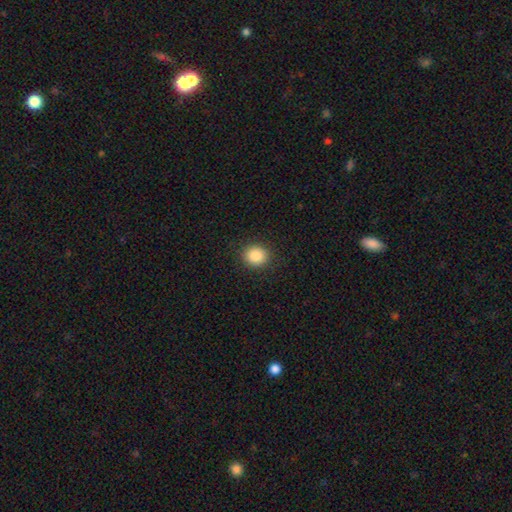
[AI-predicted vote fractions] Smooth or featured? smooth (86%)
How rounded? round (84%)
Merging? none (90%)